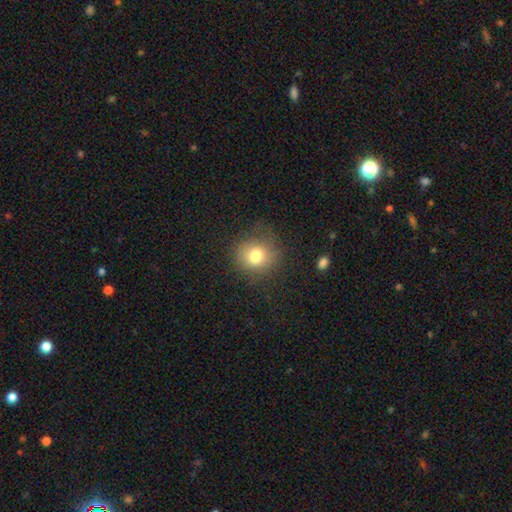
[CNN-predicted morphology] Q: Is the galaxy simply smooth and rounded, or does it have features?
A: smooth — 78%.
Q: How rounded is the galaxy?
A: round — 84%.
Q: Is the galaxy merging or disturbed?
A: none — 77%.